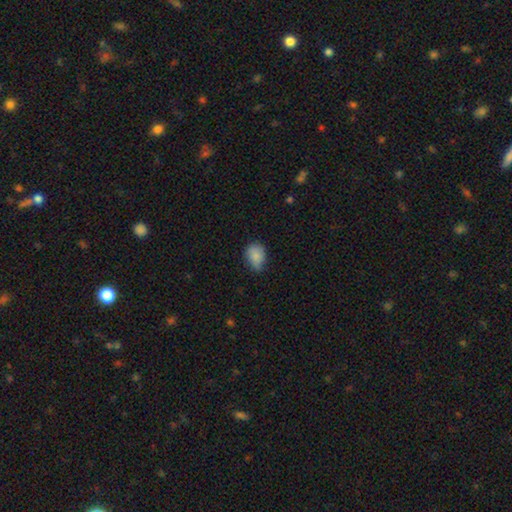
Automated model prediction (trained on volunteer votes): Smooth or featured? Predicted: smooth (p=0.84). How rounded? Predicted: in between (p=0.63). Merging? Predicted: none (p=0.54).